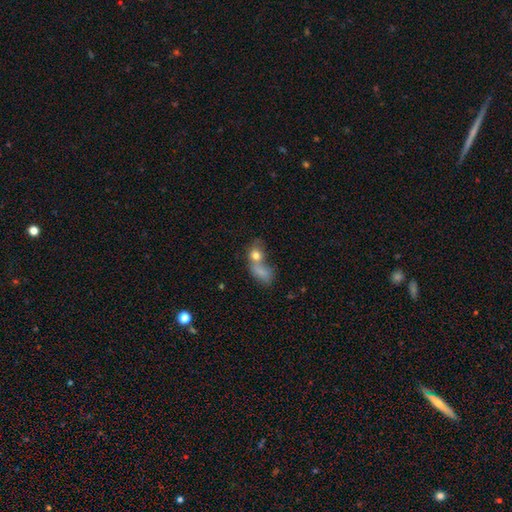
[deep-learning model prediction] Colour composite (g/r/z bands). It shows a smooth galaxy with no disk features (75%) that is in between round and cigar-shaped (55%). Merging: merger (64%).